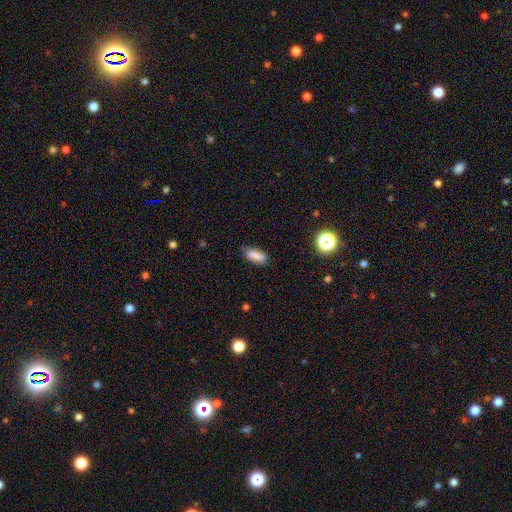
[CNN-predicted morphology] Overall: smooth (86%). How rounded: in between (81%). Merging: none (82%).